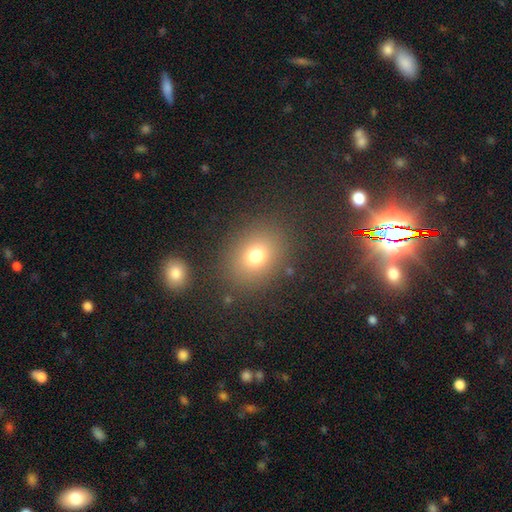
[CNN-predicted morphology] Smooth or featured: smooth — 75% (star or artifact — 15%)
How rounded: round — 51% (in between — 48%)
Merging: none — 83% (minor disturbance — 9%)